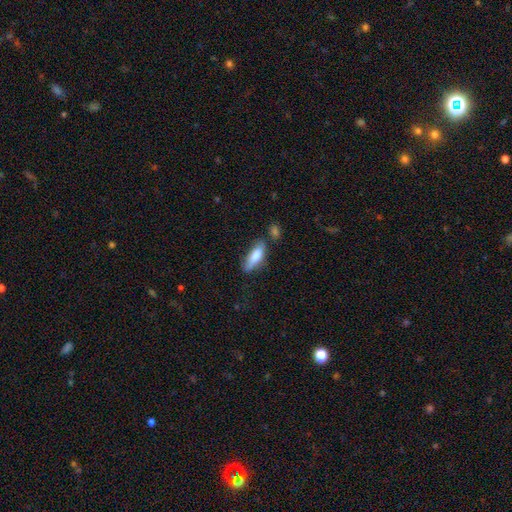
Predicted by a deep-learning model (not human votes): smooth_or_featured: smooth (p=0.77) [alt: featured or disk p=0.16]
how_rounded: in between (p=0.60) [alt: cigar-shaped p=0.38]
merging: none (p=0.56) [alt: minor disturbance p=0.26]